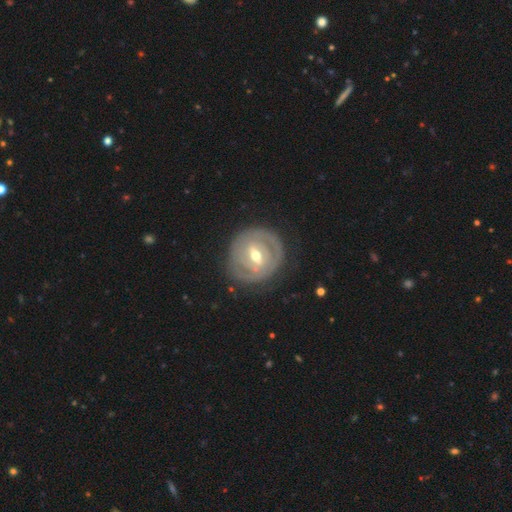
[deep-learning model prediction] Smooth or featured? Predicted: featured or disk (p=0.81). Edge-on disk? Predicted: no (p=0.95). Bar? Predicted: weak (p=0.46). Spiral arms? Predicted: yes (p=0.75). Spiral winding? Predicted: tight (p=0.77). Spiral arm count? Predicted: 2 (p=0.44). Bulge size? Predicted: moderate (p=0.66). Merging? Predicted: none (p=0.81).